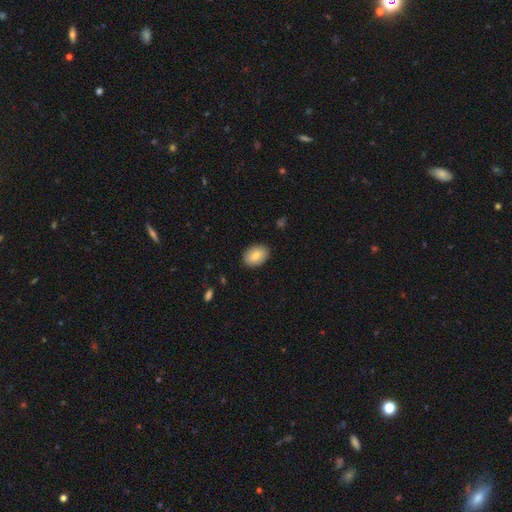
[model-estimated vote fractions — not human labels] Smooth or featured? Predicted: smooth (p=0.83). How rounded? Predicted: in between (p=0.82). Merging? Predicted: none (p=0.88).